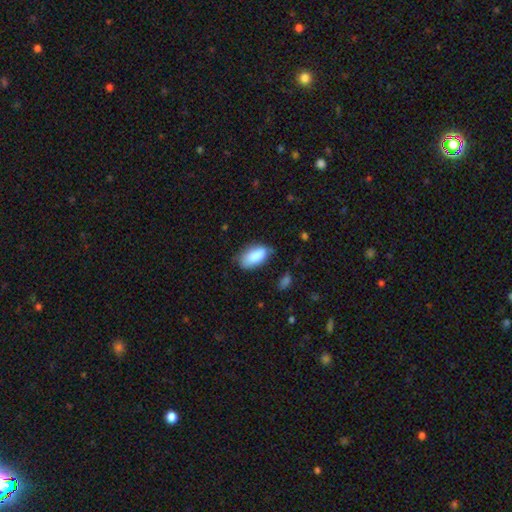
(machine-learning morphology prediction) Q: Smooth or featured?
A: smooth (85%); runner-up: featured or disk (8%)
Q: How rounded?
A: in between (93%); runner-up: cigar-shaped (5%)
Q: Merging?
A: none (60%); runner-up: minor disturbance (30%)